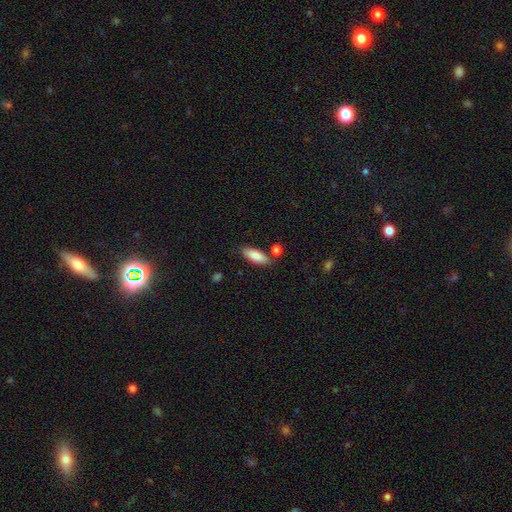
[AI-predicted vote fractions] This is clearly a smooth galaxy (85%). How rounded: likely in between (71%). Merging: likely none (78%).